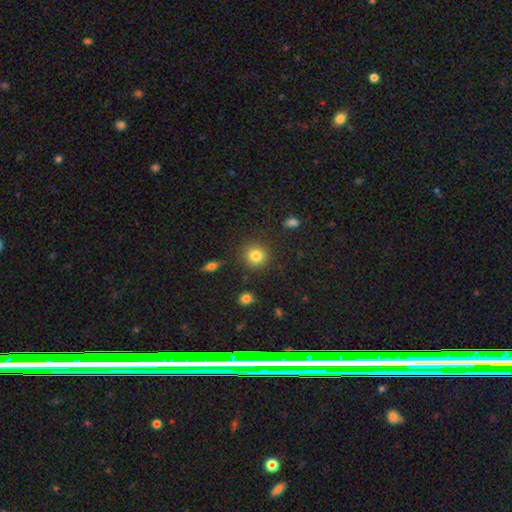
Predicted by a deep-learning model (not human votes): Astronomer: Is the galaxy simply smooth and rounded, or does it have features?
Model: smooth — 83%.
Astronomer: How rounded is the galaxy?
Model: round — 92%.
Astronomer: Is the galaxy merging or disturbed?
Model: none — 88%.